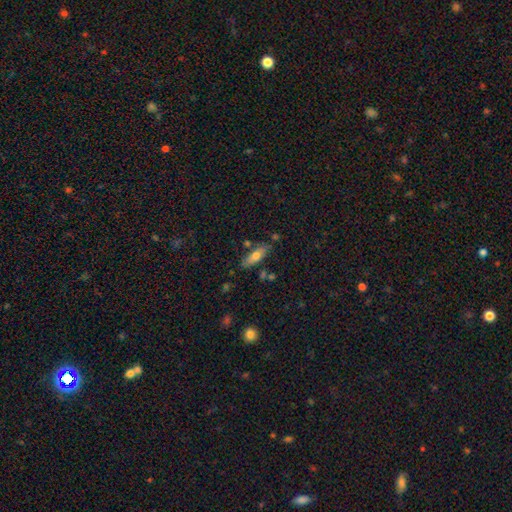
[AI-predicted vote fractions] Smooth or featured? Predicted: smooth (p=0.69). How rounded? Predicted: in between (p=0.58). Merging? Predicted: none (p=0.75).